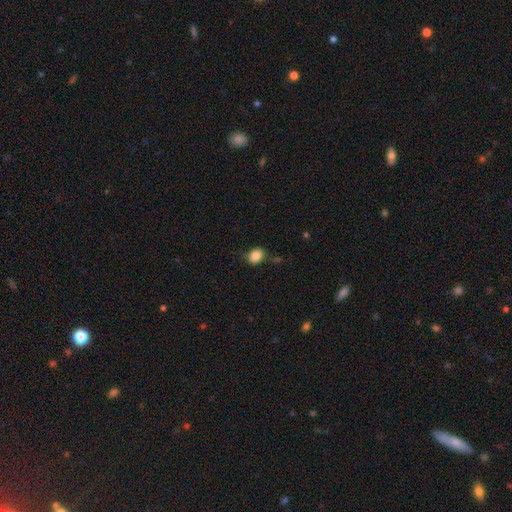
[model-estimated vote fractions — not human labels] smooth 84%, star or artifact 9%, featured or disk 6%. Down the decision tree: how rounded — in between (59%); merging — none (70%).